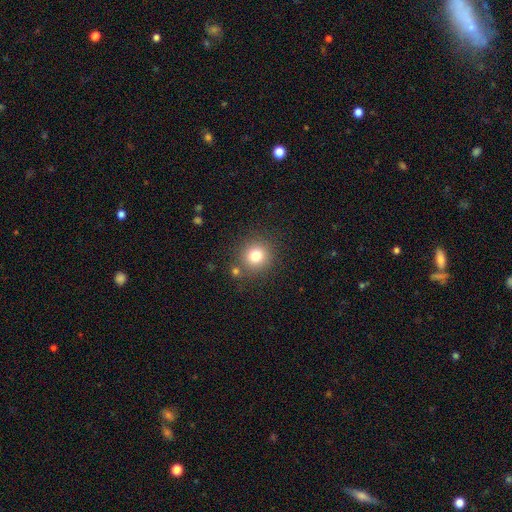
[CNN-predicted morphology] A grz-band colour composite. It shows a smooth galaxy with no disk features (79%) that is round (89%). Merging: none (82%).